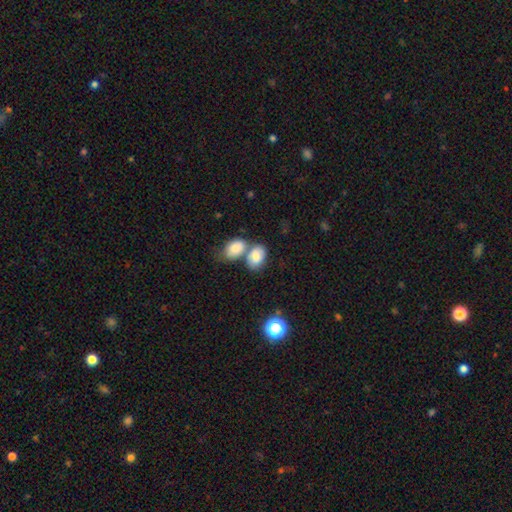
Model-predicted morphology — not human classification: A smooth galaxy with no disk features (79%) that is in between round and cigar-shaped (88%).

Vote fractions:
- Smooth or featured? smooth: 79% / featured or disk: 13% / star or artifact: 8%
- How rounded? in between: 88% / round: 11% / cigar-shaped: 1%
- Merging? merger: 52% / none: 32% / minor disturbance: 12% / major disturbance: 5%